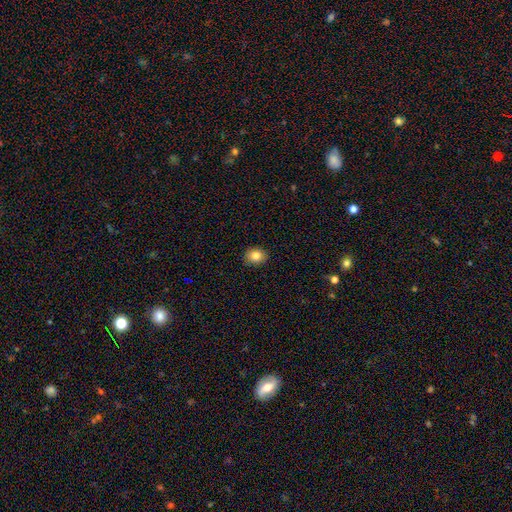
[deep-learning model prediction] Overall: smooth (83%). How rounded: round (53%; in between 46%). Merging: none (89%).